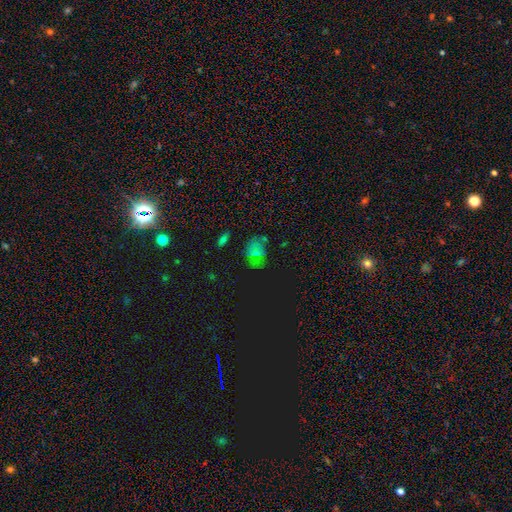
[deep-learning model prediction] Smooth or featured? Predicted: smooth (p=0.54). How rounded? Predicted: in between (p=0.59). Merging? Predicted: none (p=0.68).